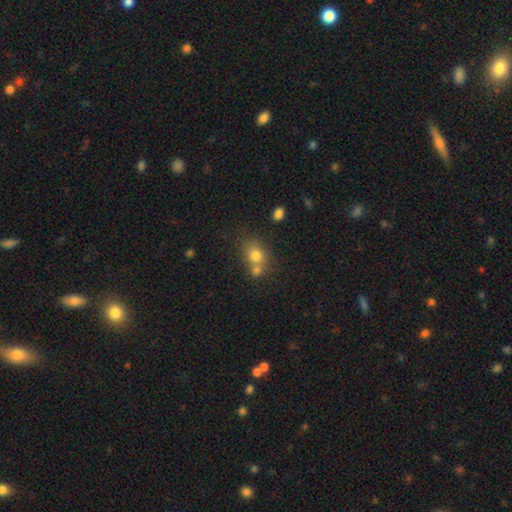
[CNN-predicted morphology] A smooth galaxy with no disk features (76%) that is round (56%).

Vote fractions:
- Smooth or featured? smooth: 76% / featured or disk: 12% / star or artifact: 12%
- How rounded? round: 56% / in between: 43% / cigar-shaped: 1%
- Merging? none: 44% / merger: 40% / minor disturbance: 11% / major disturbance: 4%